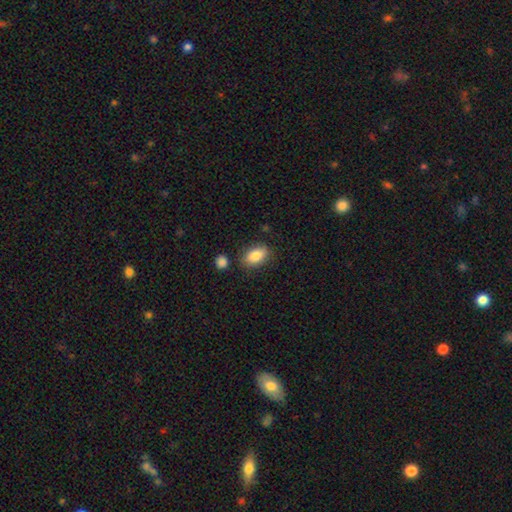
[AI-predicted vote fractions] This appears to be a smooth galaxy with no disk features (84%) that is in between round and cigar-shaped (89%). Merging: none (81%).